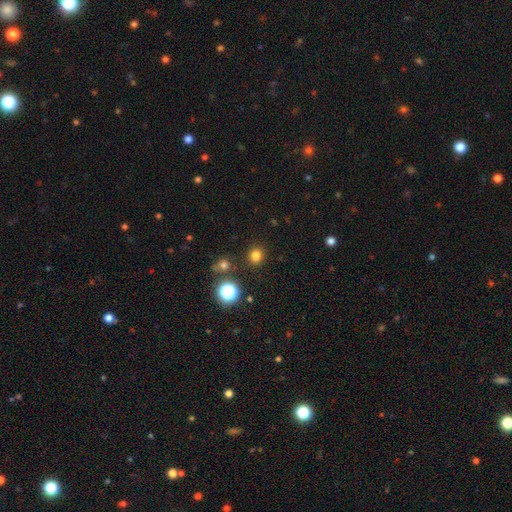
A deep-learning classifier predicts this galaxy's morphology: Smooth or featured?
  - smooth: 78% *
  - star or artifact: 18%
  - featured or disk: 4%
How rounded?
  - round: 85% *
  - in between: 14%
  - cigar-shaped: 1%
Merging?
  - none: 88% *
  - minor disturbance: 6%
  - merger: 3%
  - major disturbance: 3%